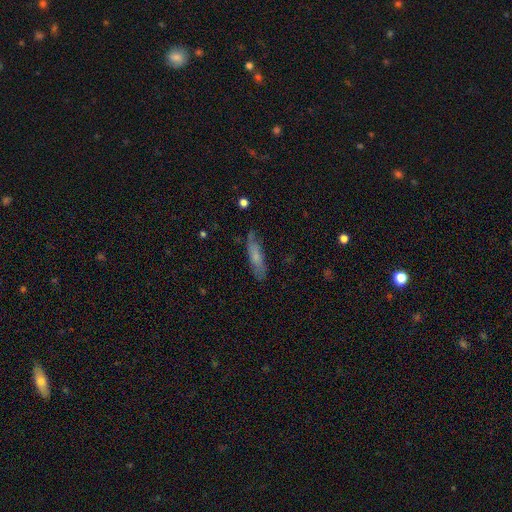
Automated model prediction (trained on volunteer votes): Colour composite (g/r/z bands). It shows a smooth galaxy with no disk features (62%) that is cigar-shaped (74%). Merging: none (74%).